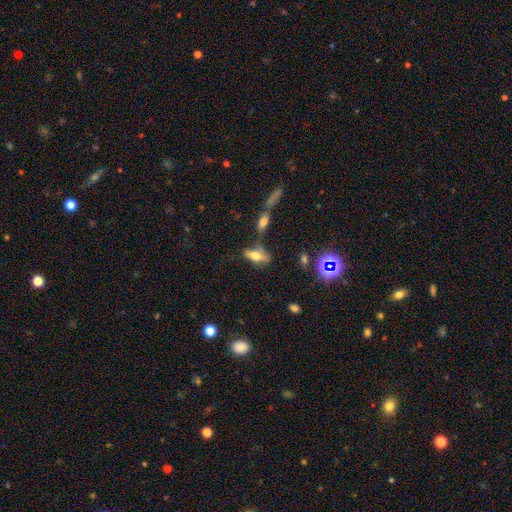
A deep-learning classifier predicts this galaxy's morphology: type=smooth (51%); roundness=in between (67%); merging=none (55%).